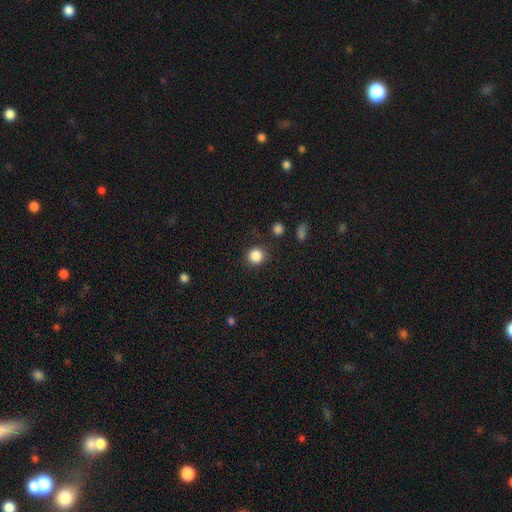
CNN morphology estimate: smooth_or_featured: smooth (p=0.86) [alt: star or artifact p=0.10]
how_rounded: round (p=0.90) [alt: in between p=0.09]
merging: none (p=0.84) [alt: minor disturbance p=0.09]